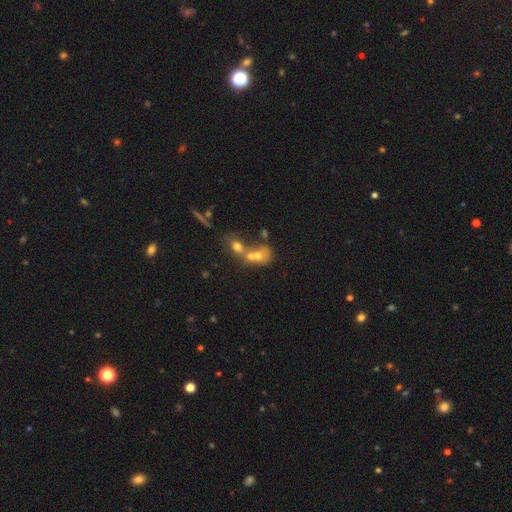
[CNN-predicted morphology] type=smooth (52%); roundness=round (52%); merging=merger (66%).